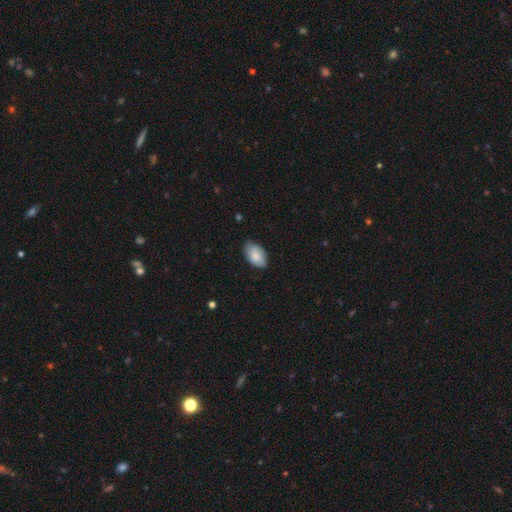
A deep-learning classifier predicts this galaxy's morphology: Smooth or featured: smooth — 80% (featured or disk — 14%)
How rounded: in between — 94% (round — 5%)
Merging: none — 77% (minor disturbance — 20%)